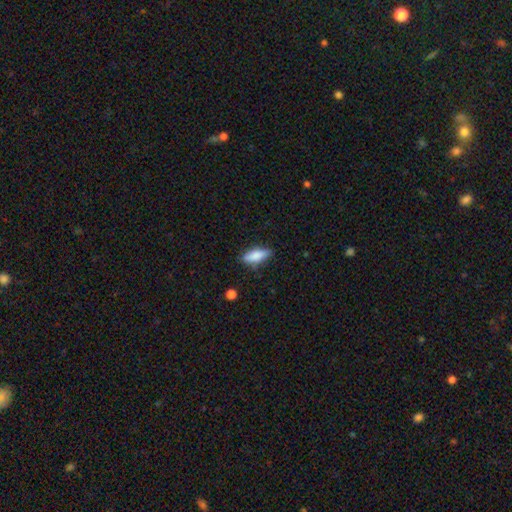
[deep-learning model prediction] Overall: smooth (79%). How rounded: in between (63%; cigar-shaped 34%). Merging: none (80%).